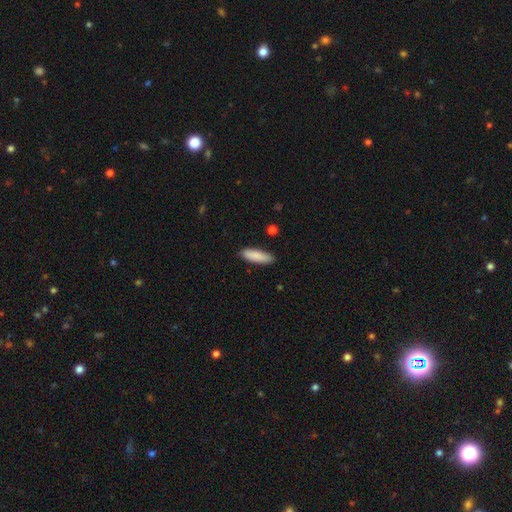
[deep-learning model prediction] Smooth or featured: smooth — 87% (featured or disk — 7%)
How rounded: cigar-shaped — 55% (in between — 43%)
Merging: none — 85% (minor disturbance — 11%)